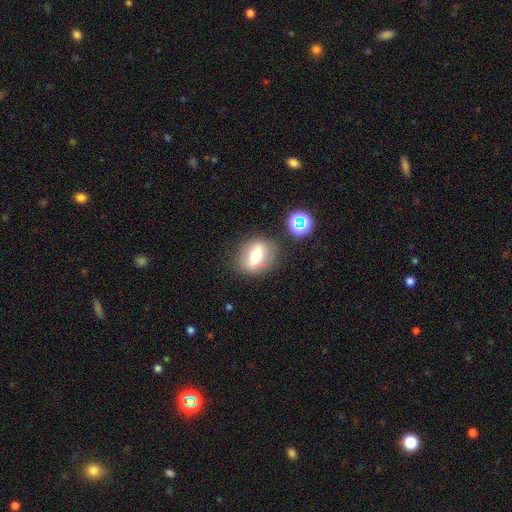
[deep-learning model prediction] Smooth or featured? Predicted: smooth (p=0.51). How rounded? Predicted: round (p=0.53). Merging? Predicted: none (p=0.72).